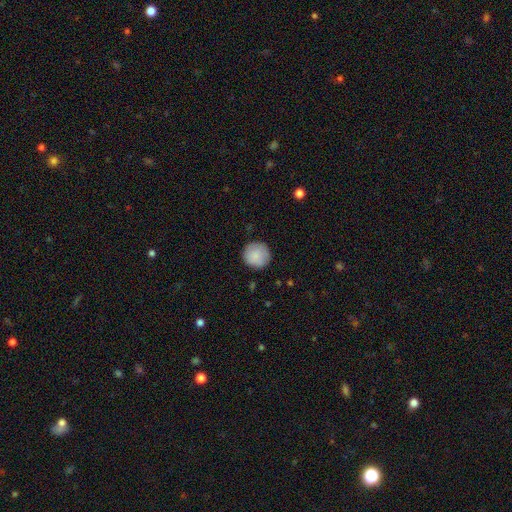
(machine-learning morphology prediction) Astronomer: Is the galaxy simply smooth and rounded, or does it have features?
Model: smooth — 86%.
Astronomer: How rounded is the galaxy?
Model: round — 94%.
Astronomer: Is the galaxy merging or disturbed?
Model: none — 87%.